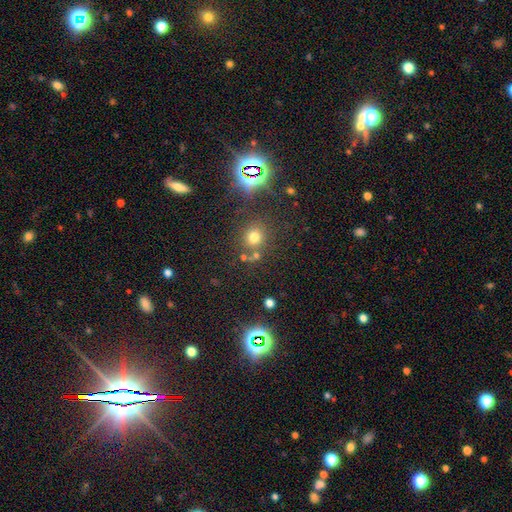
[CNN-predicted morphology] A smooth galaxy with no disk features (55%) that is round (86%). Merging: none (73%).